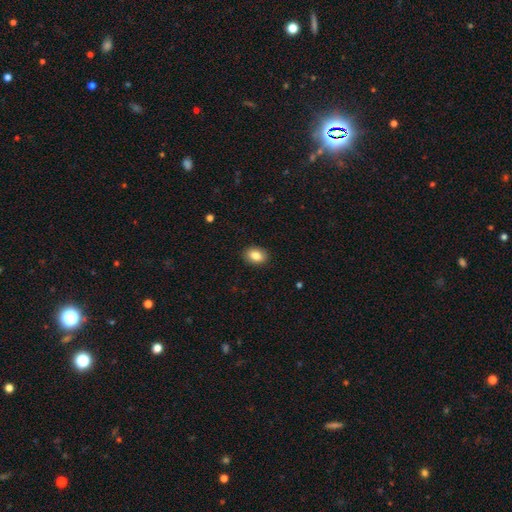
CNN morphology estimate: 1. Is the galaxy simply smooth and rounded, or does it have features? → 85% smooth, 8% star or artifact, 7% featured or disk.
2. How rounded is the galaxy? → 75% in between, 23% round, 1% cigar-shaped.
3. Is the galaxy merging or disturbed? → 90% none, 7% minor disturbance, 2% major disturbance, 1% merger.